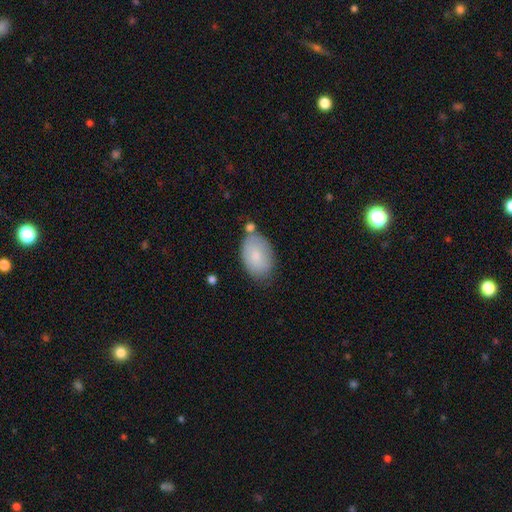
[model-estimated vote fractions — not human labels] The model was most divided on "merging": none: 66%, minor disturbance: 21%, merger: 8%, major disturbance: 5%. More confident: how rounded — in between (91%); smooth or featured — smooth (80%).